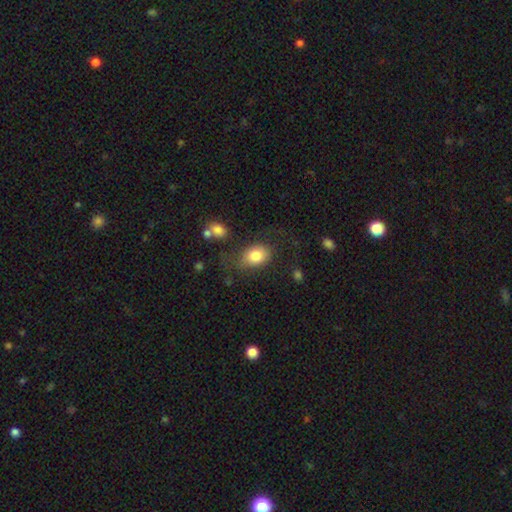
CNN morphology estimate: smooth_or_featured: smooth (p=0.81) [alt: featured or disk p=0.11]
how_rounded: in between (p=0.77) [alt: round p=0.21]
merging: none (p=0.60) [alt: minor disturbance p=0.22]